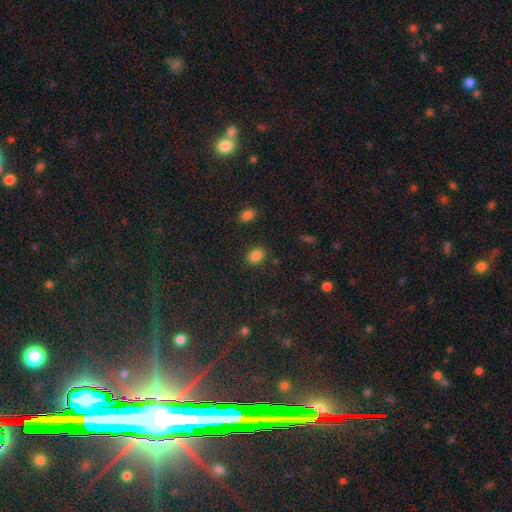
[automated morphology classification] Smooth or featured? smooth (85%)
How rounded? in between (71%)
Merging? none (83%)